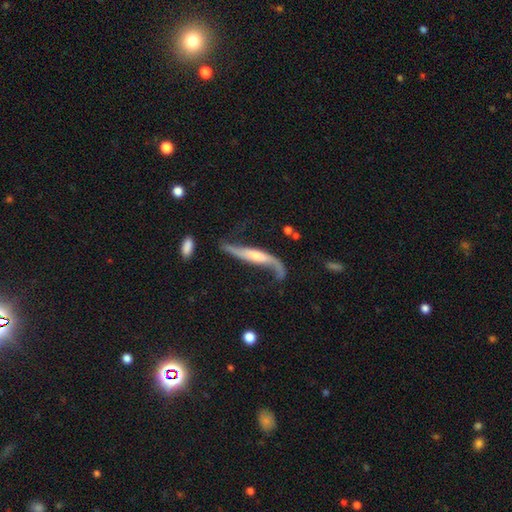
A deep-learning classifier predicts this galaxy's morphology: A featured or disk galaxy (81%) viewed edge-on (54%). Merging: none (54%).